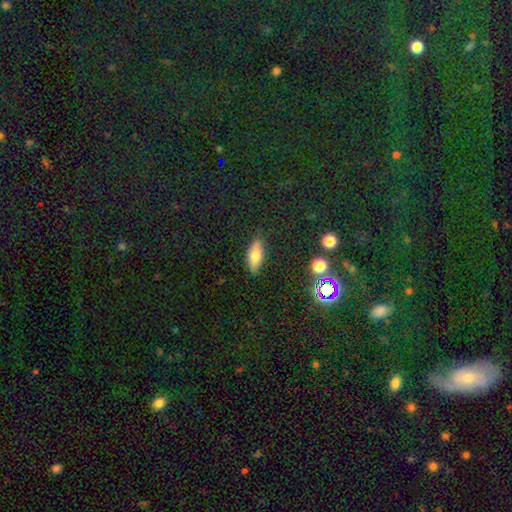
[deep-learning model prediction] Smooth or featured? smooth (68%)
How rounded? in between (73%)
Merging? none (84%)